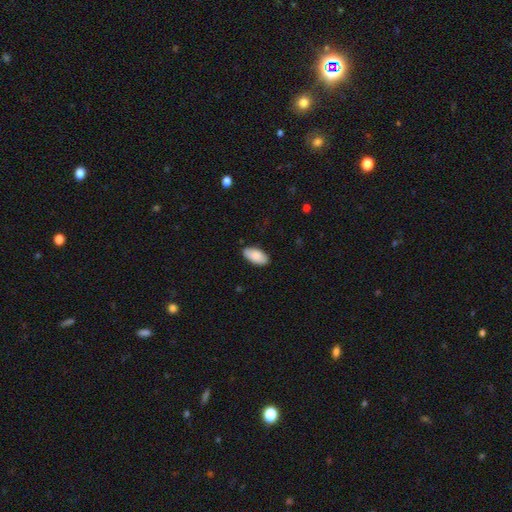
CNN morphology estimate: smooth 87%, featured or disk 7%, star or artifact 6%. Down the decision tree: how rounded — in between (95%); merging — none (85%).